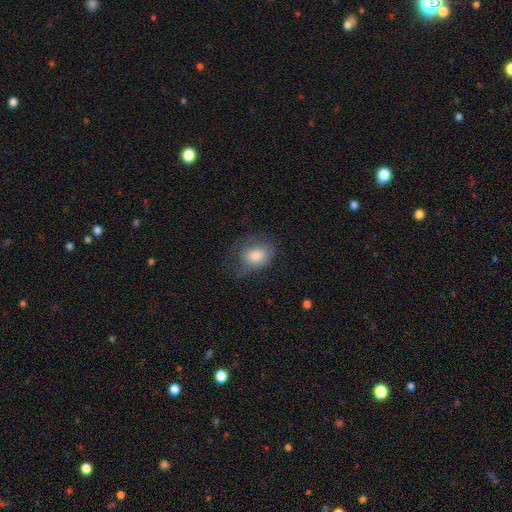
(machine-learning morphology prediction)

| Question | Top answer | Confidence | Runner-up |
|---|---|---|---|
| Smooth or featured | smooth | 75% | featured or disk (15%) |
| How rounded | in between | 59% | round (40%) |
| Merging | none | 48% | minor disturbance (30%) |